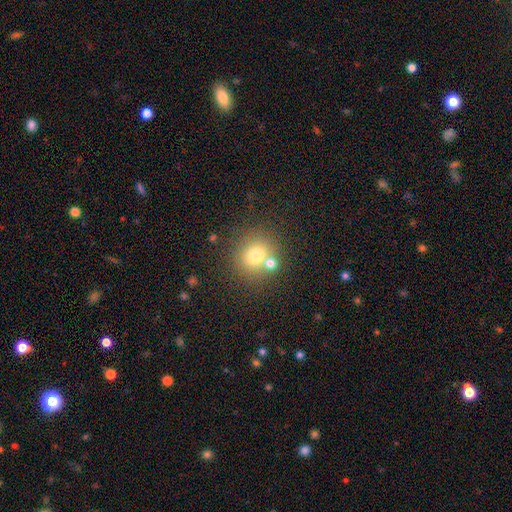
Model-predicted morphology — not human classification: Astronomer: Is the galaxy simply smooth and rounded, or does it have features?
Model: smooth — 74%.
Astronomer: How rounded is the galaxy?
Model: round — 83%.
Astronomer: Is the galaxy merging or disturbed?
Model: none — 67%.